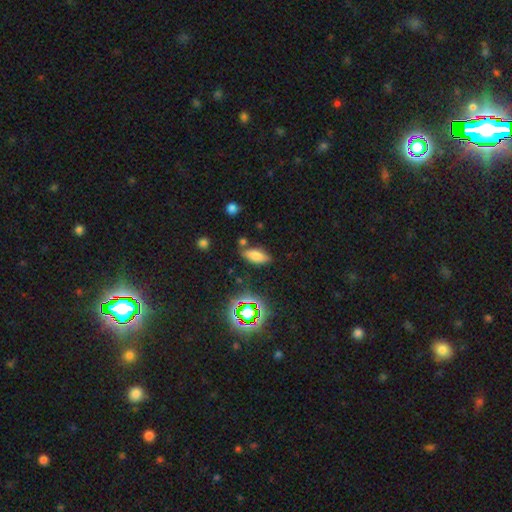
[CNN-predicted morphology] smooth-or-featured: smooth: 71% | star or artifact: 16% | featured or disk: 13%
  how-rounded: in between: 77% | cigar-shaped: 20% | round: 4%
  merging: none: 75% | minor disturbance: 15% | merger: 6% | major disturbance: 4%